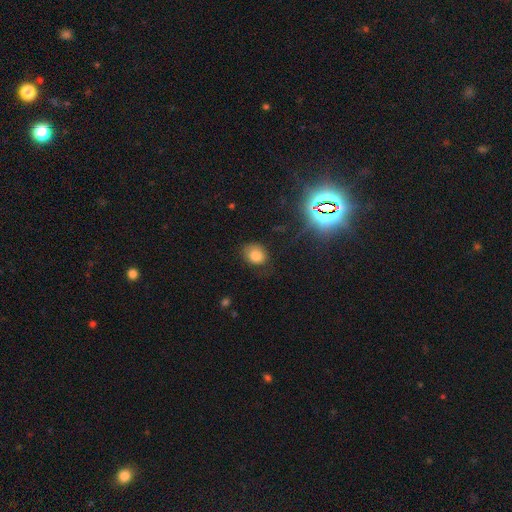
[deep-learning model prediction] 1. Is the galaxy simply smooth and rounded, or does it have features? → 77% smooth, 14% star or artifact, 9% featured or disk.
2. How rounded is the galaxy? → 50% in between, 49% round, 1% cigar-shaped.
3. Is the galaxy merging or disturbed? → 69% none, 21% minor disturbance, 8% major disturbance, 2% merger.